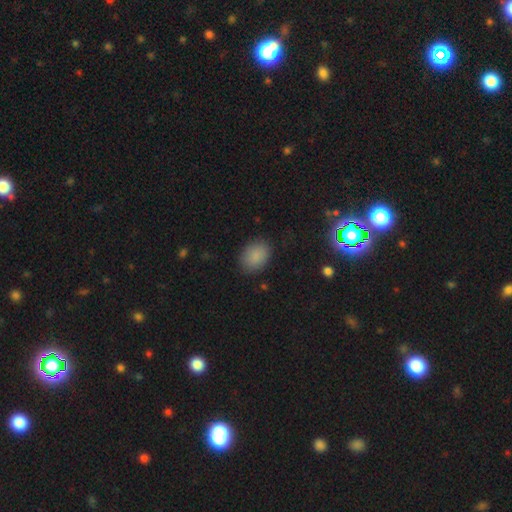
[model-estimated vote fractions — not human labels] The model was most divided on "how rounded": in between: 65%, round: 34%, cigar-shaped: 1%. More confident: smooth or featured — smooth (86%); merging — none (85%).